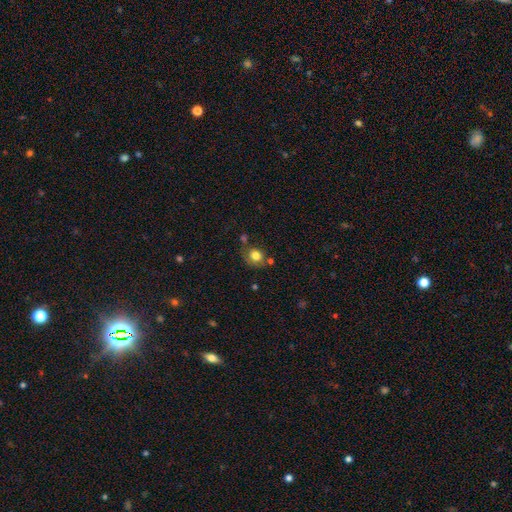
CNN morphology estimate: The model was most divided on "merging": none: 65%, minor disturbance: 18%, merger: 10%, major disturbance: 7%. More confident: smooth or featured — smooth (79%); how rounded — round (75%).